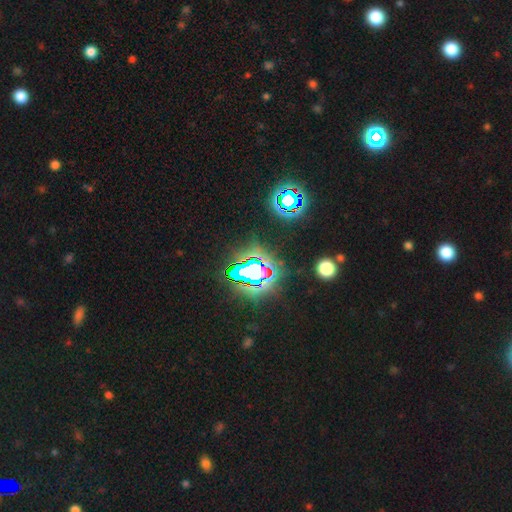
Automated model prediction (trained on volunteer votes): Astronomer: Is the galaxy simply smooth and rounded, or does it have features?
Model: star or artifact — 82%.